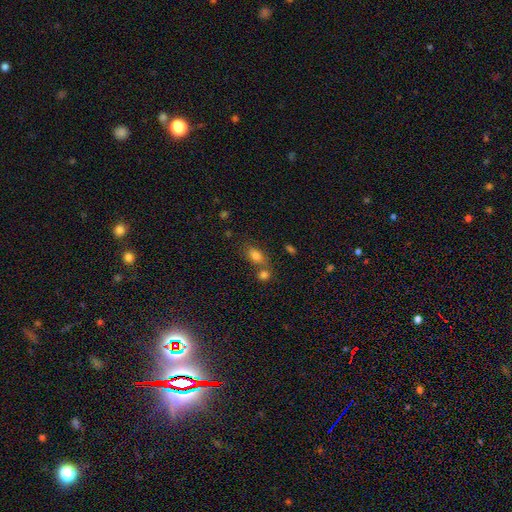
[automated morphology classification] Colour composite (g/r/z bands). It shows a smooth galaxy with no disk features (81%) that is in between round and cigar-shaped (82%). Merging: none (47%).